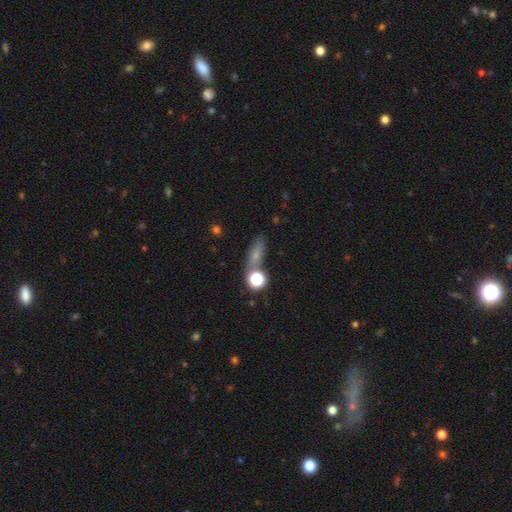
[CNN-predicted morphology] The model was most divided on "how rounded": in between: 50%, cigar-shaped: 34%, round: 16%. More confident: smooth or featured — smooth (65%); merging — none (63%).